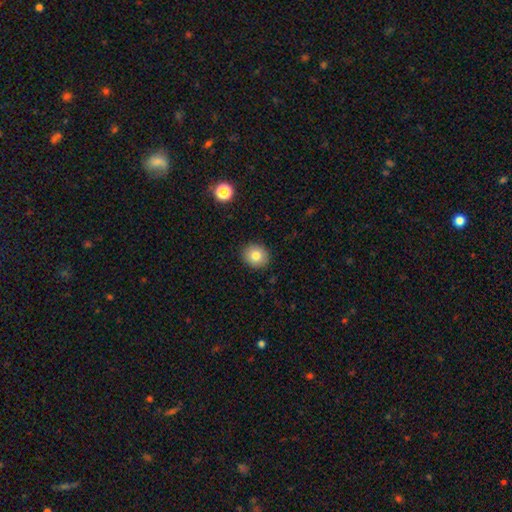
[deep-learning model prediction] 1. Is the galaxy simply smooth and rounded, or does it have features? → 81% smooth, 10% star or artifact, 9% featured or disk.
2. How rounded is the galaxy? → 83% round, 16% in between, 1% cigar-shaped.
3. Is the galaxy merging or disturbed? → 91% none, 6% minor disturbance, 2% major disturbance, 1% merger.